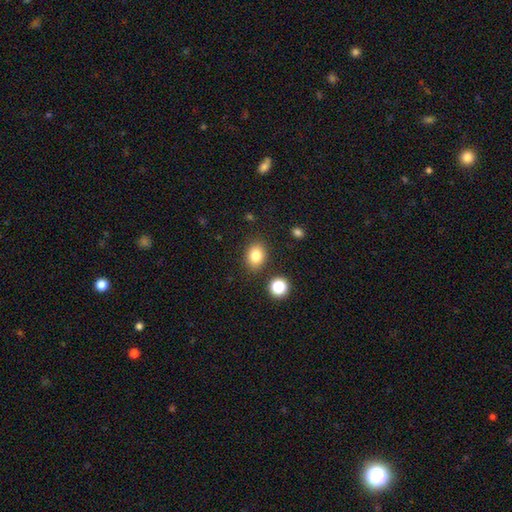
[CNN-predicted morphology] smooth-or-featured: smooth: 82% | star or artifact: 11% | featured or disk: 7%
  how-rounded: in between: 59% | round: 40% | cigar-shaped: 1%
  merging: none: 84% | minor disturbance: 9% | merger: 4% | major disturbance: 3%